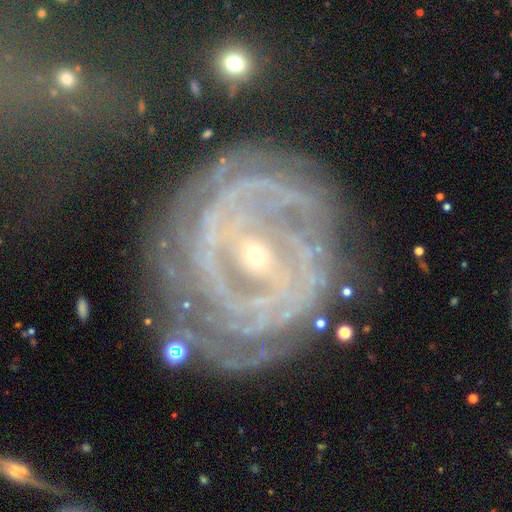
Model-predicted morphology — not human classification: Smooth or featured: featured or disk — 87% (star or artifact — 7%)
Edge-on disk: no — 97% (yes — 3%)
Bar: weak — 35% (no — 33%)
Spiral arms: yes — 94% (no — 6%)
Spiral winding: tight — 74% (medium — 20%)
Spiral arm count: can't tell — 31% (2 — 21%)
Bulge size: small — 85% (moderate — 11%)
Merging: none — 65% (minor disturbance — 19%)